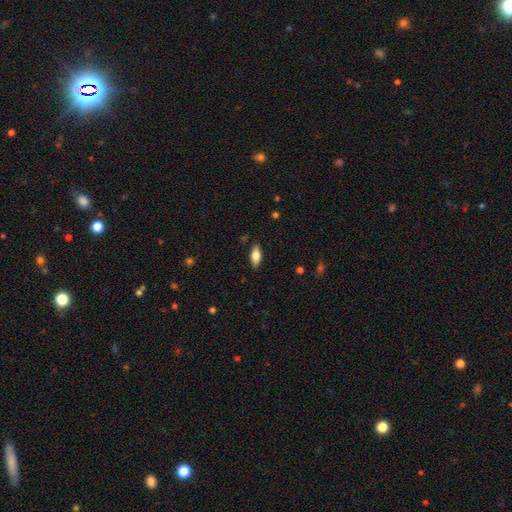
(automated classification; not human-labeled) Smooth or featured?
  - smooth: 77% *
  - featured or disk: 17%
  - star or artifact: 6%
How rounded?
  - in between: 81% *
  - cigar-shaped: 17%
  - round: 2%
Merging?
  - none: 87% *
  - minor disturbance: 10%
  - major disturbance: 2%
  - merger: 1%